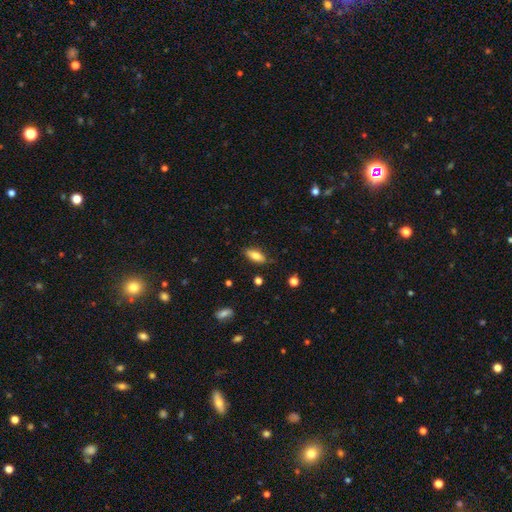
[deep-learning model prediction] This is likely a smooth galaxy (77%). How rounded: clearly in between (81%). Merging: clearly none (80%).